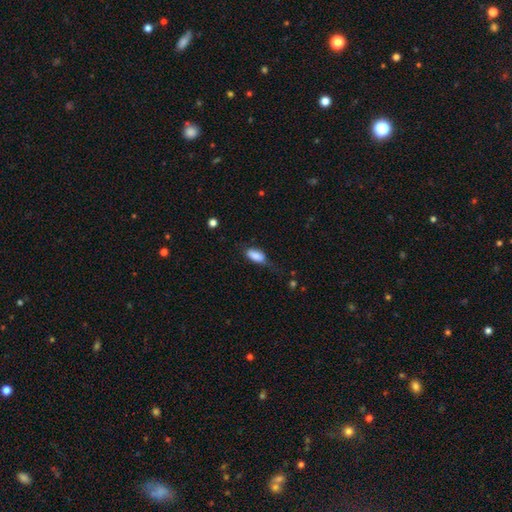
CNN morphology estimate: This is clearly a smooth galaxy (85%). How rounded: clearly in between (86%). Merging: possibly none (49%).